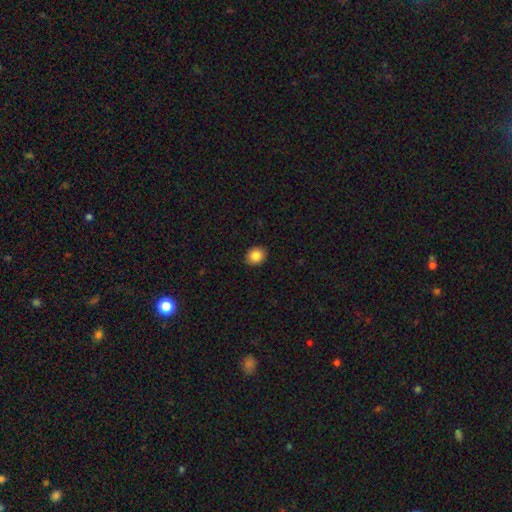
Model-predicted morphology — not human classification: A smooth galaxy with no disk features (86%) that is round (64%). Merging: none (89%).